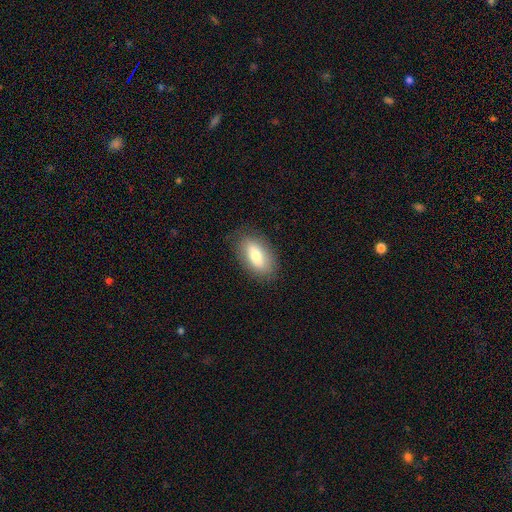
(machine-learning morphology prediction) Q: Smooth or featured?
A: smooth (74%); runner-up: featured or disk (19%)
Q: How rounded?
A: in between (90%); runner-up: cigar-shaped (6%)
Q: Merging?
A: none (84%); runner-up: minor disturbance (12%)